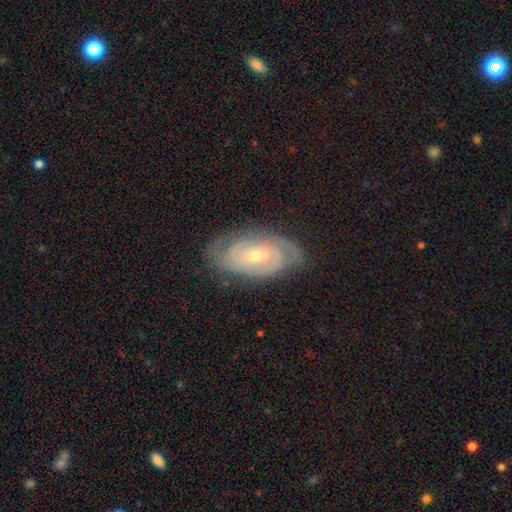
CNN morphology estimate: This is clearly a featured or disk galaxy (85%). It is clearly not viewed edge-on (95%). Bar: likely no (66%). Spiral arm pattern: clearly yes (96%). Spiral arm count: possibly 2 (46%). Spiral winding: likely tight (74%). Central bulge: likely small (69%). Merging: likely none (78%).